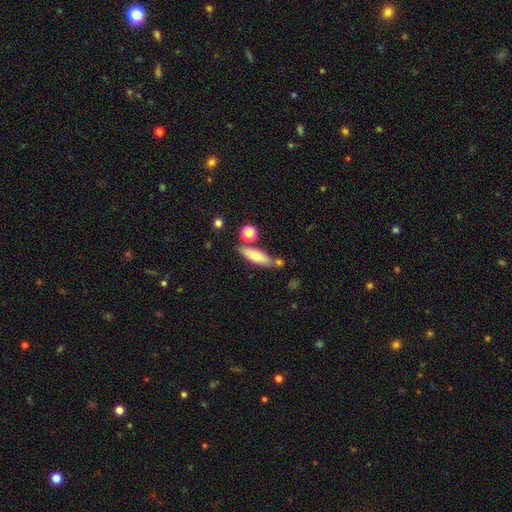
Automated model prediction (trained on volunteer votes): A smooth galaxy with no disk features (65%) that is cigar-shaped (57%). Merging: none (67%).